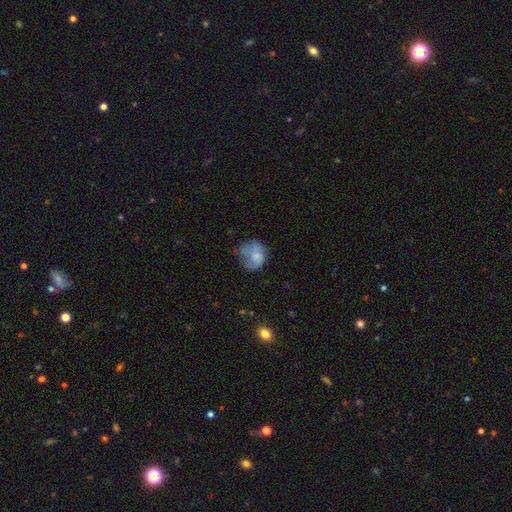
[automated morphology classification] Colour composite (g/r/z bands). It shows a smooth galaxy with no disk features (57%) that is round (67%). Merging: none (43%).